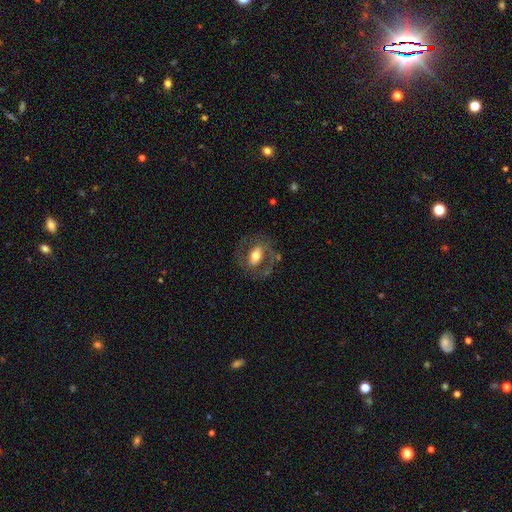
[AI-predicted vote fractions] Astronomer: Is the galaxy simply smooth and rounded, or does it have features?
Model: featured or disk — 61%.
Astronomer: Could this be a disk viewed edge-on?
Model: no — 93%.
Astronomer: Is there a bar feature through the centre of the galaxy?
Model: no — 37% (runner-up: weak, 33%).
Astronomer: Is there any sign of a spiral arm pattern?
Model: yes — 57% (runner-up: no, 43%).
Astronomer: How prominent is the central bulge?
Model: moderate — 63%.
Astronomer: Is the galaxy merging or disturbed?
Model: none — 69%.